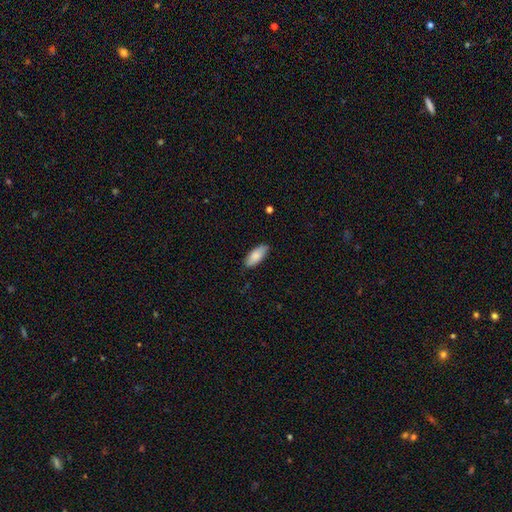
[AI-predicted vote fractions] This is clearly a smooth galaxy (85%). How rounded: clearly in between (84%). Merging: clearly none (86%).